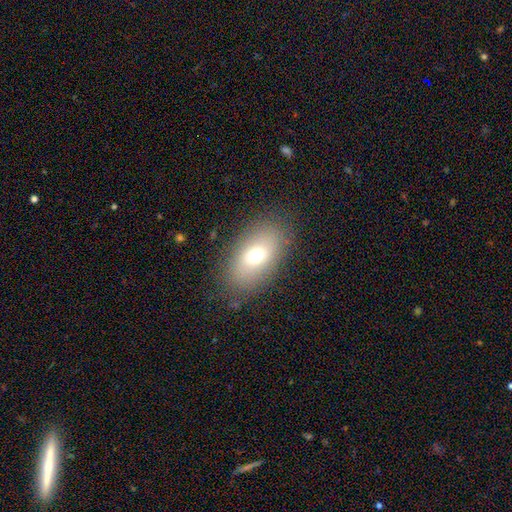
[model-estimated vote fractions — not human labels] smooth 69%, featured or disk 21%, star or artifact 10%. Down the decision tree: how rounded — in between (89%); merging — none (84%).